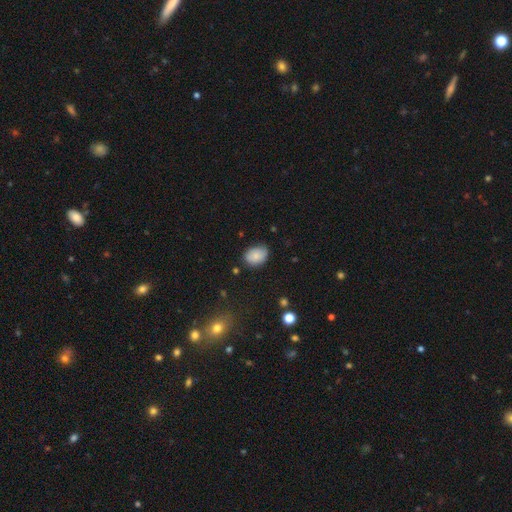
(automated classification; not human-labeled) This appears to be a smooth galaxy with no disk features (83%) that is in between round and cigar-shaped (73%). Merging: none (71%).